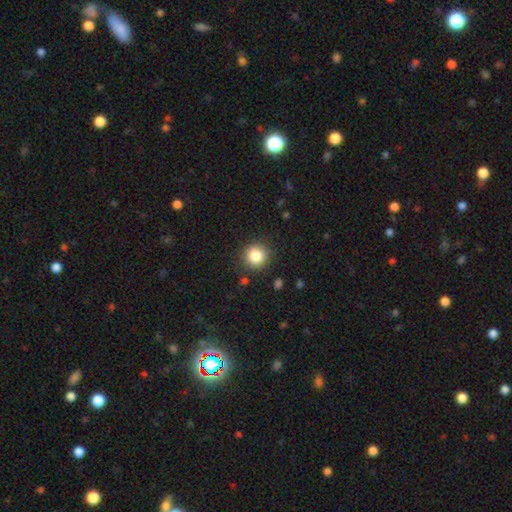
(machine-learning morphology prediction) This appears to be a smooth galaxy with no disk features (84%) that is round (93%). Merging: none (89%).